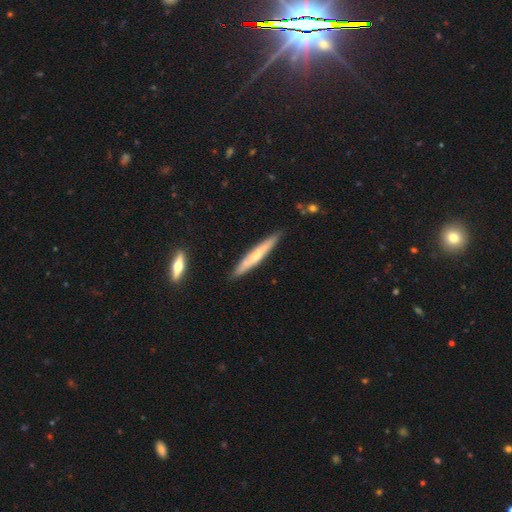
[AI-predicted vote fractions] A smooth galaxy with no disk features (49%). Merging: none (87%).